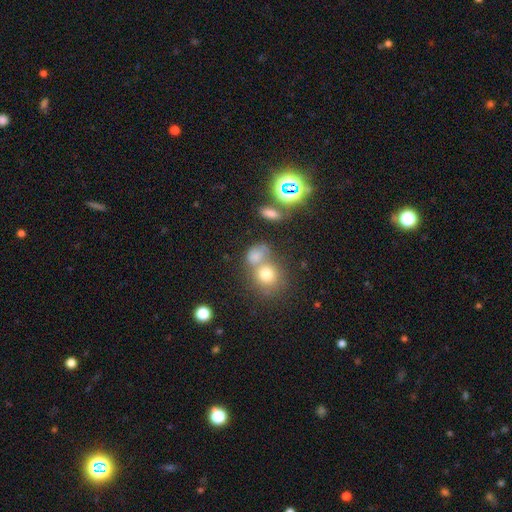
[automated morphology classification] smooth 71%, star or artifact 18%, featured or disk 11%. Down the decision tree: how rounded — round (62%); merging — merger (42%).